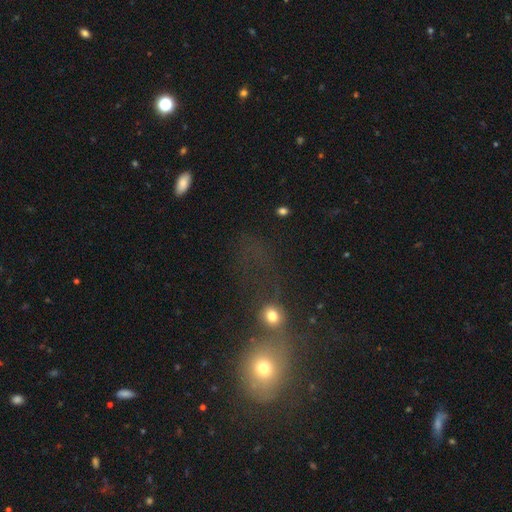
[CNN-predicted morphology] smooth 48%, star or artifact 37%, featured or disk 15%. Down the decision tree: merging — merger (39%).